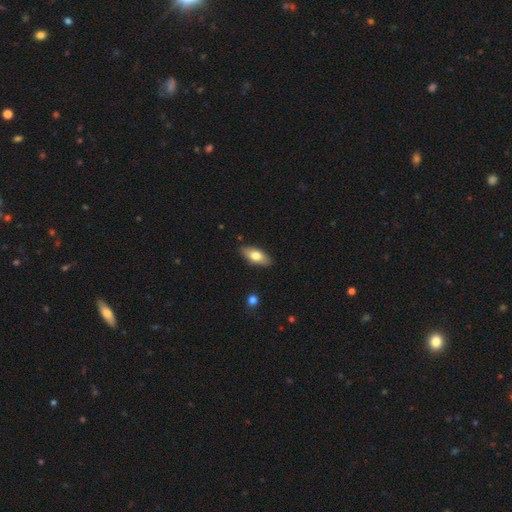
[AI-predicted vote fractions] A smooth galaxy with no disk features (69%) that is in between round and cigar-shaped (82%). Merging: none (86%).